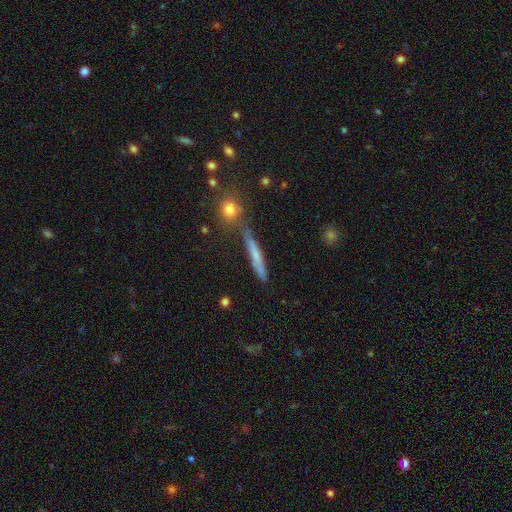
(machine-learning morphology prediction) smooth-or-featured: smooth: 56% | featured or disk: 34% | star or artifact: 10%
  how-rounded: cigar-shaped: 90% | in between: 7% | round: 3%
  merging: none: 73% | minor disturbance: 15% | merger: 8% | major disturbance: 4%